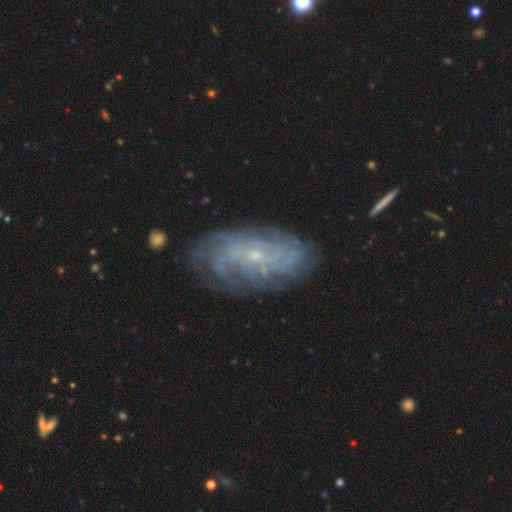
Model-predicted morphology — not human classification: This appears to be a featured or disk galaxy (82%) with no bar (71%), tight (65%) spiral arms (95%) and a small central bulge (84%). Merging: none (81%).